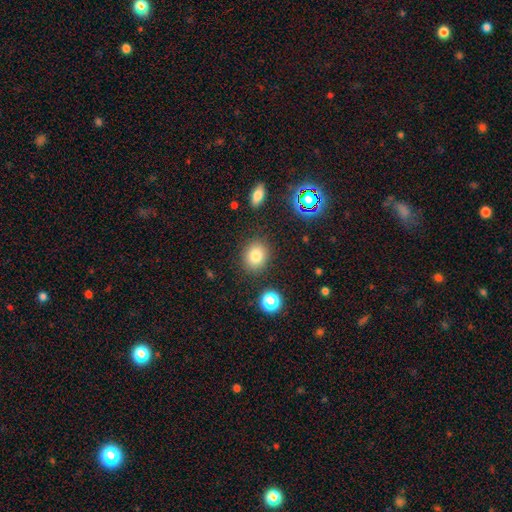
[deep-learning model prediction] Smooth or featured?
  - smooth: 80% *
  - star or artifact: 12%
  - featured or disk: 8%
How rounded?
  - round: 69% *
  - in between: 30%
  - cigar-shaped: 1%
Merging?
  - none: 85% *
  - minor disturbance: 9%
  - major disturbance: 3%
  - merger: 3%